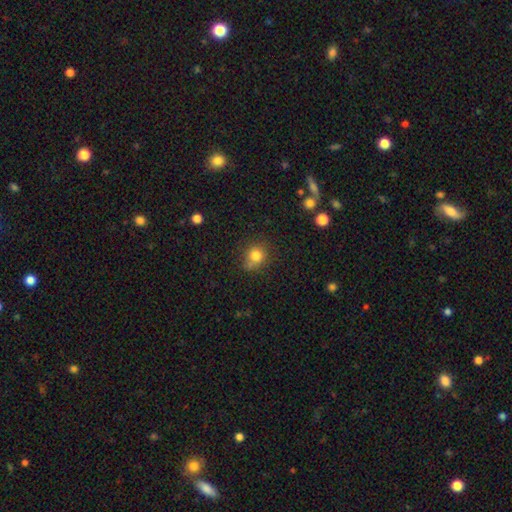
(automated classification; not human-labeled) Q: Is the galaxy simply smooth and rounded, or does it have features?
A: smooth — 80%.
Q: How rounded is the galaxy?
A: round — 81%.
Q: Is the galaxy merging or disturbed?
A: none — 68%.